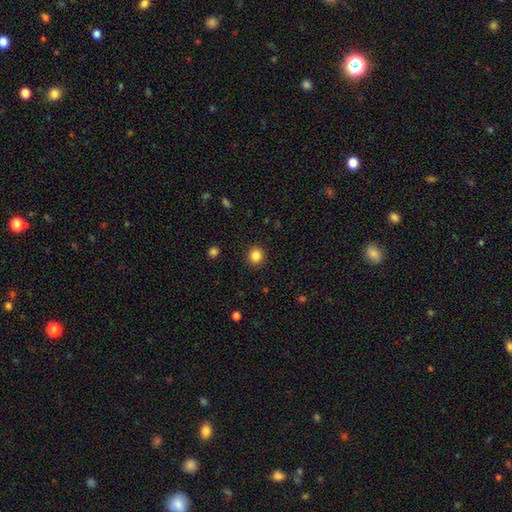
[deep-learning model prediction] smooth_or_featured: smooth (p=0.85) [alt: star or artifact p=0.11]
how_rounded: round (p=0.91) [alt: in between p=0.08]
merging: none (p=0.92) [alt: minor disturbance p=0.05]